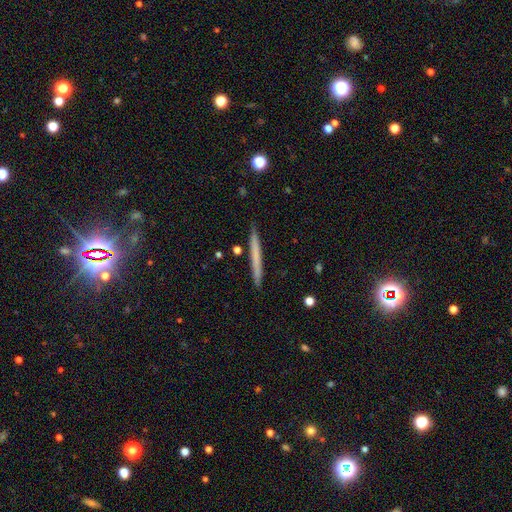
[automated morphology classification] This appears to be a smooth galaxy with no disk features (62%) that is cigar-shaped (97%). Merging: none (91%).